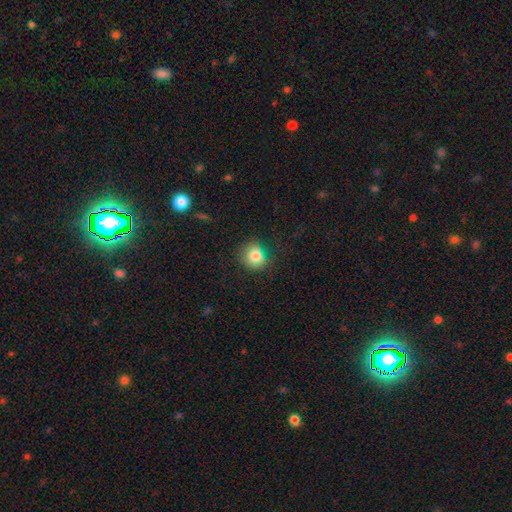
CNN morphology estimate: A smooth galaxy with no disk features (82%) that is round (82%).

Vote fractions:
- Smooth or featured? smooth: 82% / star or artifact: 11% / featured or disk: 7%
- How rounded? round: 82% / in between: 17% / cigar-shaped: 1%
- Merging? none: 73% / minor disturbance: 18% / major disturbance: 7% / merger: 2%